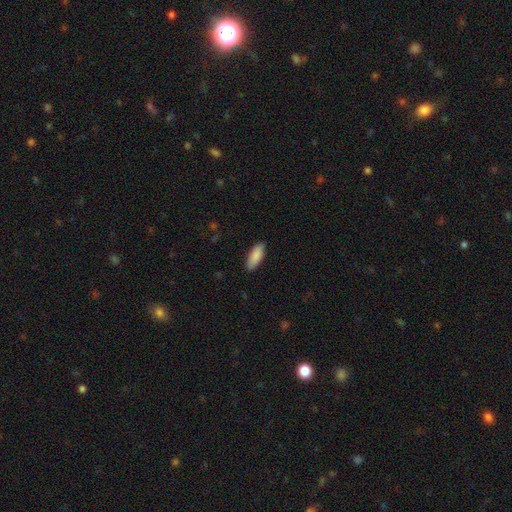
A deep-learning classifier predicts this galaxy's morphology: Overall: smooth (89%). How rounded: in between (74%). Merging: none (88%).